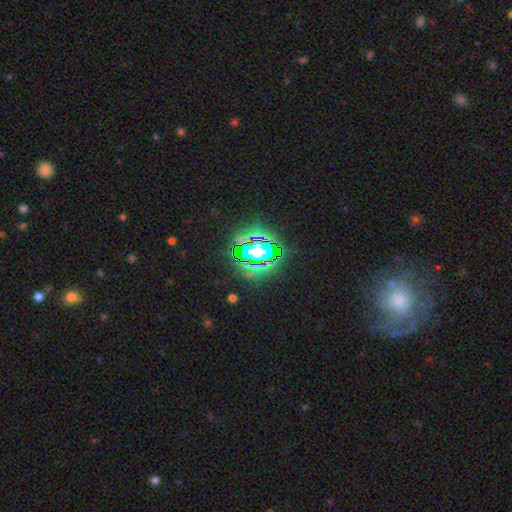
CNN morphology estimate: star or artifact 77%, smooth 12%, featured or disk 11%.